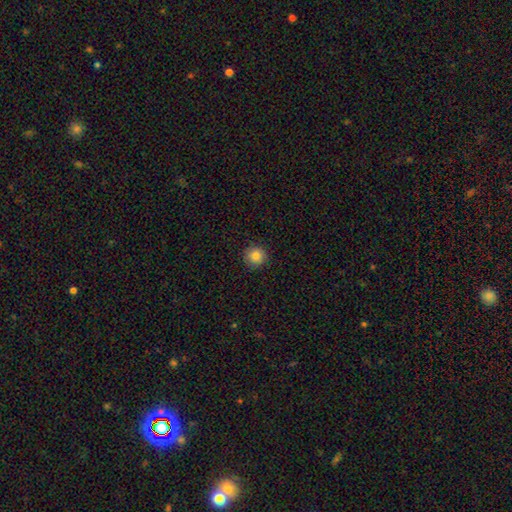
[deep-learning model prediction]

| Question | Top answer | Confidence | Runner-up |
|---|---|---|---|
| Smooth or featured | smooth | 84% | star or artifact (10%) |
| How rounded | round | 95% | in between (4%) |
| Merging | none | 92% | minor disturbance (6%) |